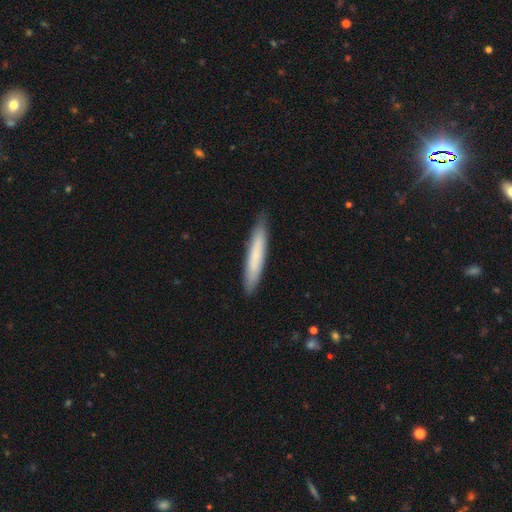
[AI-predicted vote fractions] Morphology: type=smooth (73%); roundness=cigar-shaped (93%); merging=none (87%).